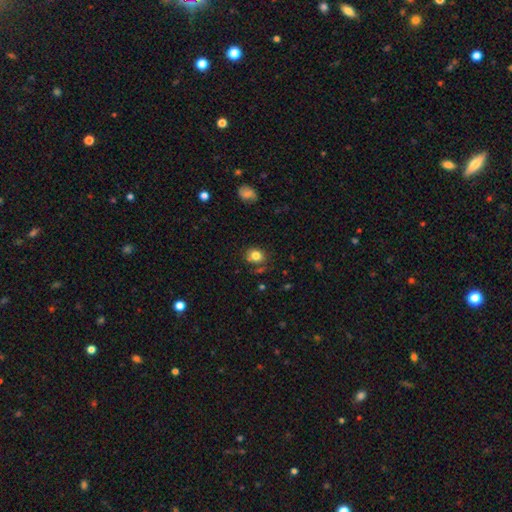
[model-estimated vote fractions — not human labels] This is clearly a smooth galaxy (81%). How rounded: likely round (62%). Merging: likely none (73%).